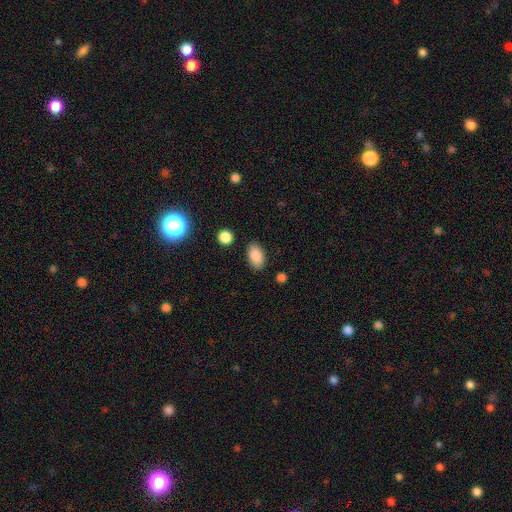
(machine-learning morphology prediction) type=smooth (88%); roundness=in between (93%); merging=none (85%).